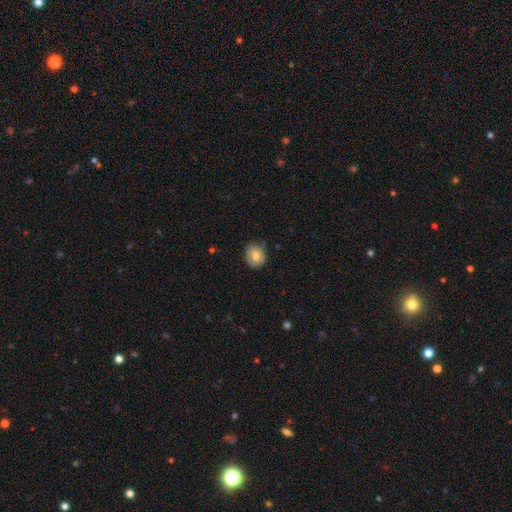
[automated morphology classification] This is likely a smooth galaxy (72%). How rounded: likely round (63%). Merging: likely none (73%).